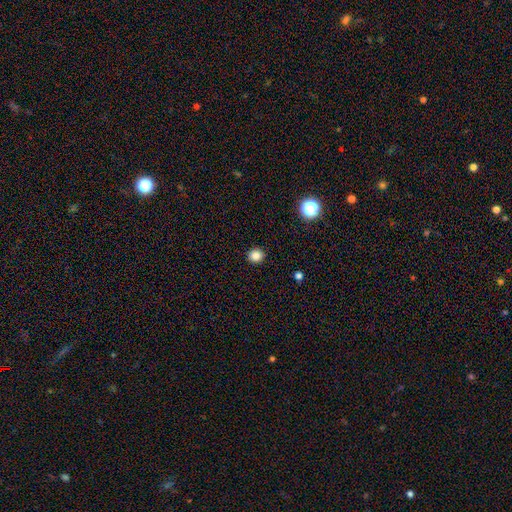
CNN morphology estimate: Overall: smooth (84%). How rounded: round (86%). Merging: none (92%).